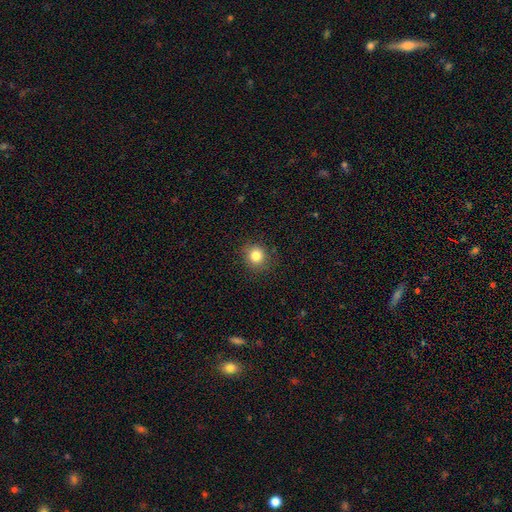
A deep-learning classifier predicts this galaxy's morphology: smooth_or_featured: smooth (p=0.83) [alt: star or artifact p=0.11]
how_rounded: round (p=0.89) [alt: in between p=0.10]
merging: none (p=0.89) [alt: minor disturbance p=0.08]